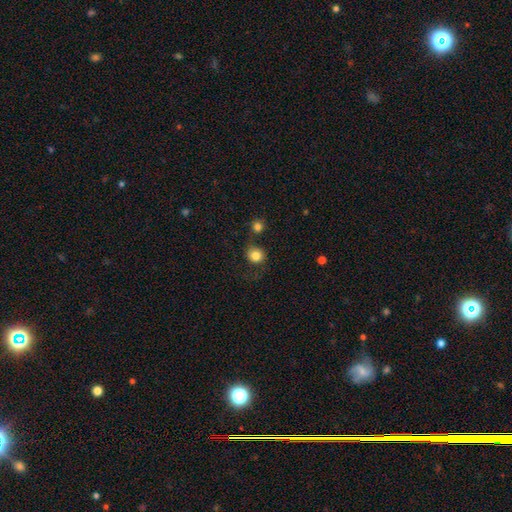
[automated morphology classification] Smooth or featured? smooth (81%)
How rounded? round (85%)
Merging? none (64%)